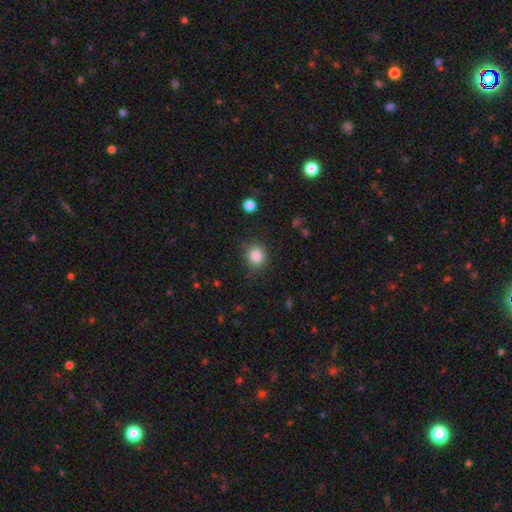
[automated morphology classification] Smooth or featured?
  - smooth: 85% *
  - star or artifact: 10%
  - featured or disk: 4%
How rounded?
  - round: 84% *
  - in between: 15%
  - cigar-shaped: 1%
Merging?
  - none: 82% *
  - minor disturbance: 12%
  - major disturbance: 4%
  - merger: 2%